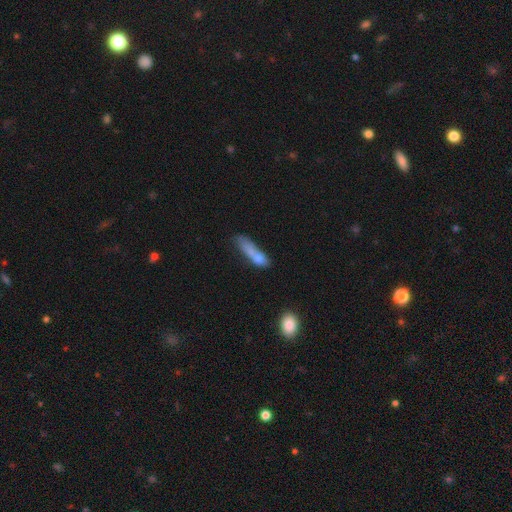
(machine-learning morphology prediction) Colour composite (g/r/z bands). It shows a smooth galaxy with no disk features (67%) that is cigar-shaped (59%). Merging: merger (34%).